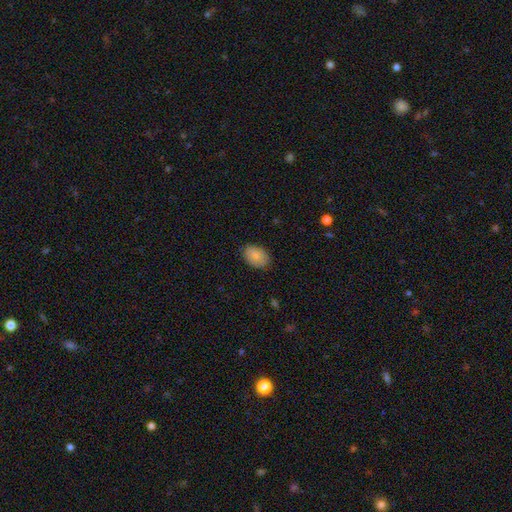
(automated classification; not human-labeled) Smooth or featured? smooth (82%)
How rounded? in between (86%)
Merging? none (84%)